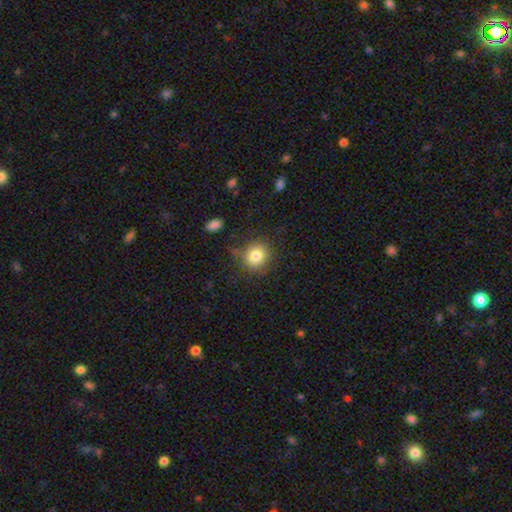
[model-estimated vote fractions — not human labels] Overall: smooth (82%). How rounded: round (83%). Merging: none (81%).